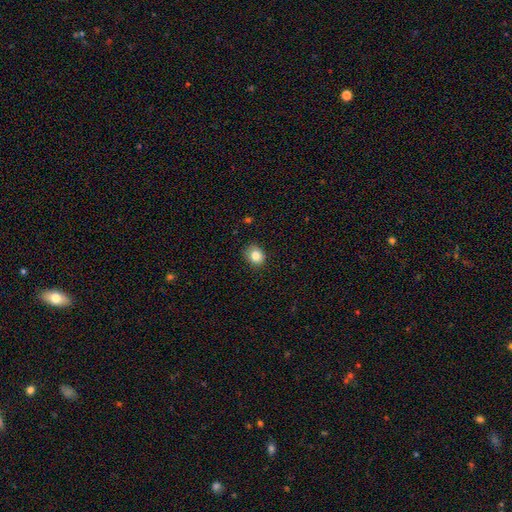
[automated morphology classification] smooth-or-featured: smooth: 83% | star or artifact: 10% | featured or disk: 7%
  how-rounded: round: 64% | in between: 35% | cigar-shaped: 1%
  merging: none: 84% | minor disturbance: 13% | major disturbance: 3% | merger: 1%